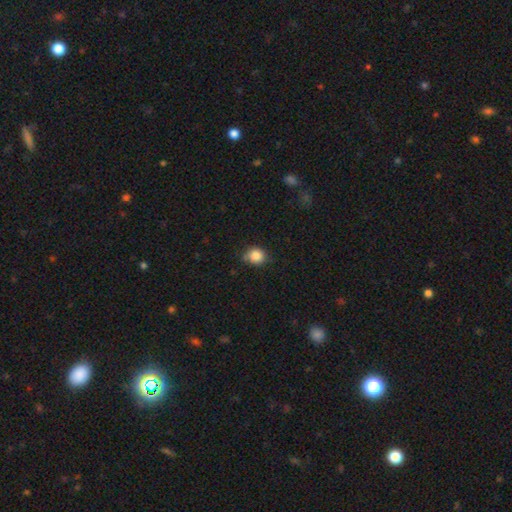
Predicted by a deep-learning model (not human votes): This appears to be a smooth galaxy with no disk features (85%) that is round (74%). Merging: none (68%).